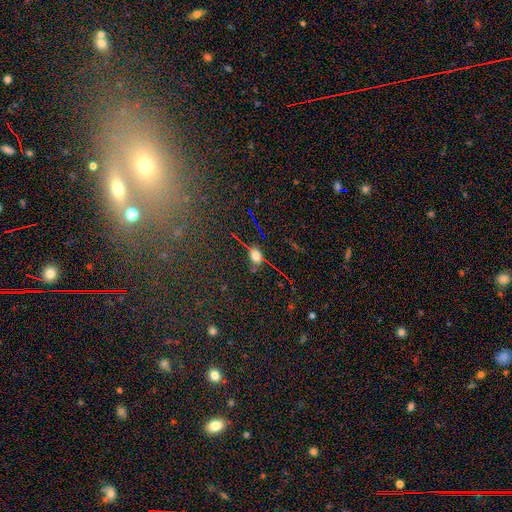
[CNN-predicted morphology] A smooth galaxy with no disk features (44%).

Vote fractions:
- Smooth or featured? smooth: 44% / star or artifact: 31% / featured or disk: 25%
- Merging? none: 75% / minor disturbance: 15% / major disturbance: 6% / merger: 4%